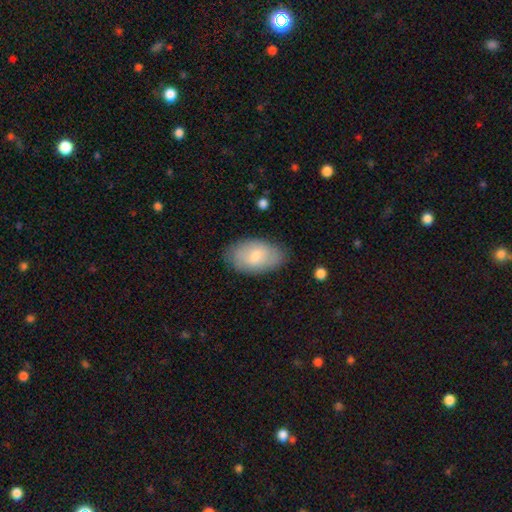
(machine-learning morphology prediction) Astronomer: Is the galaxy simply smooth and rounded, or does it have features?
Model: smooth — 69%.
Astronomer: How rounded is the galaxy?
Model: in between — 93%.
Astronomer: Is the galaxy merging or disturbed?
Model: none — 81%.